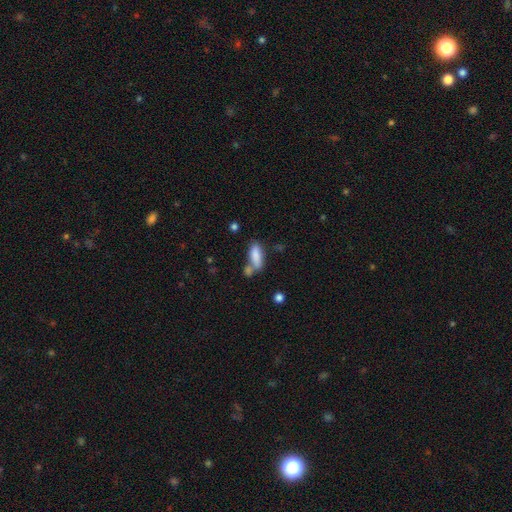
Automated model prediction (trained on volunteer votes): The model was most divided on "merging": none: 45%, merger: 31%, minor disturbance: 17%, major disturbance: 7%. More confident: smooth or featured — smooth (82%); how rounded — in between (66%).